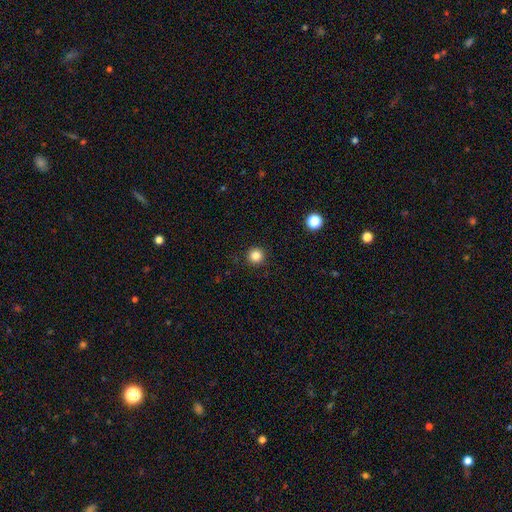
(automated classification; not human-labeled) A smooth galaxy with no disk features (84%) that is round (96%). Merging: none (92%).